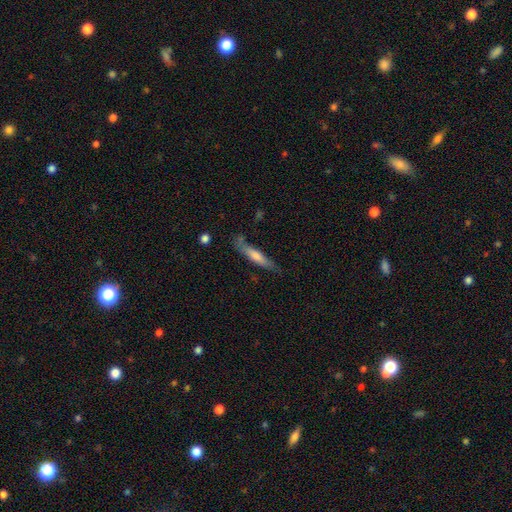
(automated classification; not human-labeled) The model was most divided on "smooth or featured": smooth: 54%, featured or disk: 39%, star or artifact: 7%. More confident: how rounded — cigar-shaped (88%); merging — none (71%).